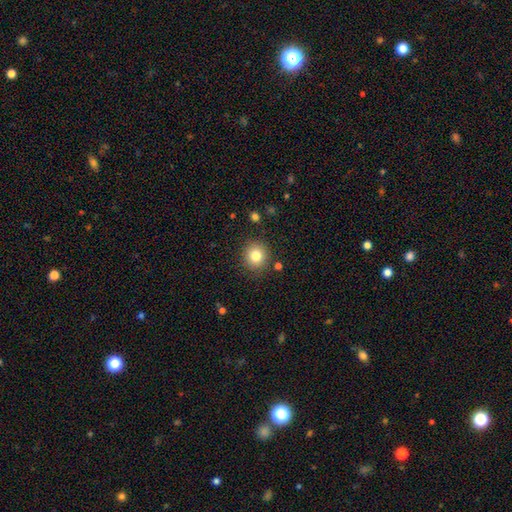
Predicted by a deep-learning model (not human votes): smooth-or-featured: smooth: 81% | star or artifact: 11% | featured or disk: 8%
  how-rounded: round: 90% | in between: 9% | cigar-shaped: 1%
  merging: none: 87% | minor disturbance: 8% | major disturbance: 3% | merger: 2%